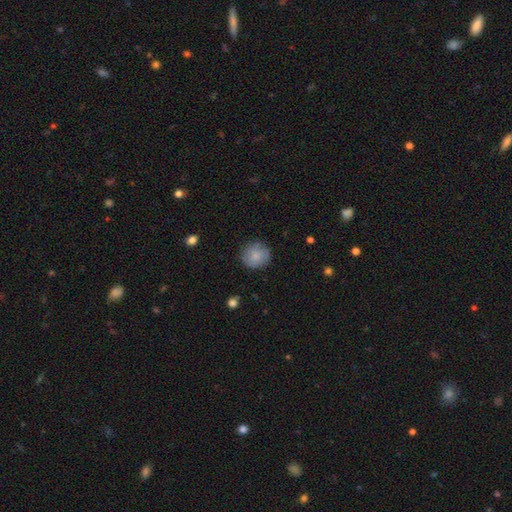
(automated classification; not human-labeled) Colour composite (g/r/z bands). It shows a smooth galaxy with no disk features (80%) that is round (89%). Merging: none (83%).